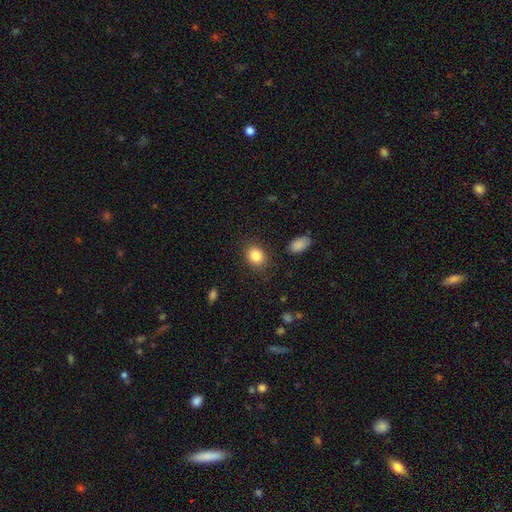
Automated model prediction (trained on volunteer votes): A smooth galaxy with no disk features (86%) that is in between round and cigar-shaped (51%). Merging: none (85%).